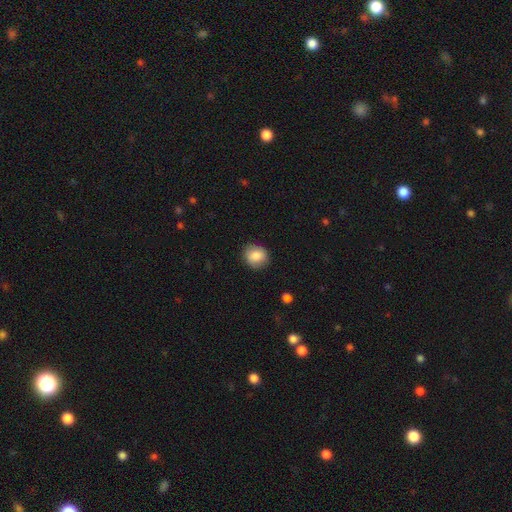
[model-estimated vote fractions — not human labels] The model was most divided on "how rounded": round: 77%, in between: 22%, cigar-shaped: 1%. More confident: merging — none (85%); smooth or featured — smooth (84%).